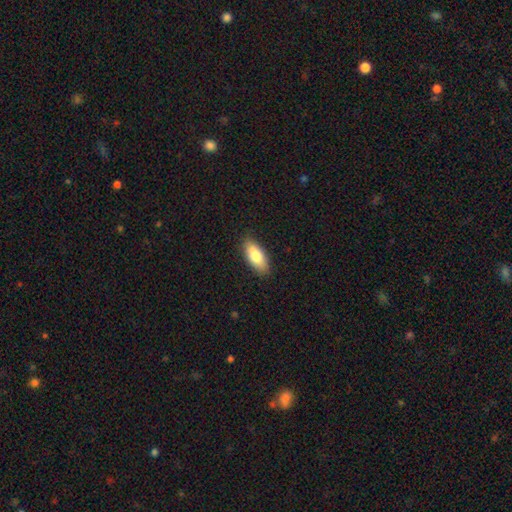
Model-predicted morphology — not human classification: This appears to be a smooth galaxy with no disk features (79%) that is in between round and cigar-shaped (82%). Merging: none (86%).